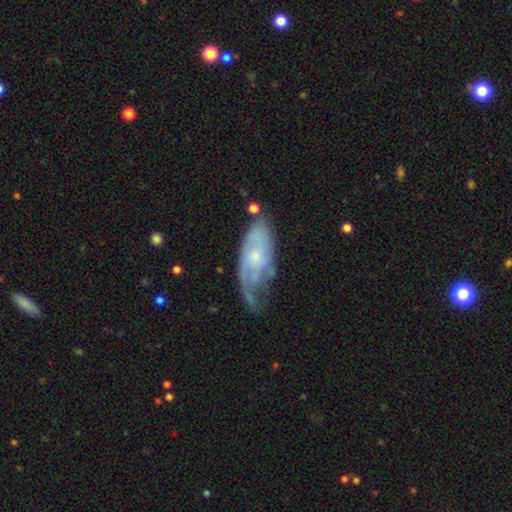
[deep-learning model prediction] smooth-or-featured: featured or disk: 67% | smooth: 27% | star or artifact: 6%
  disk-edge-on: no: 91% | yes: 9%
    bar: no: 77% | weak: 20% | strong: 3%
    has-spiral-arms: yes: 80% | no: 20%
    bulge-size: small: 73% | moderate: 20% | none: 4% | large: 1% | dominant: 1%
  merging: none: 38% | minor disturbance: 33% | major disturbance: 24% | merger: 5%